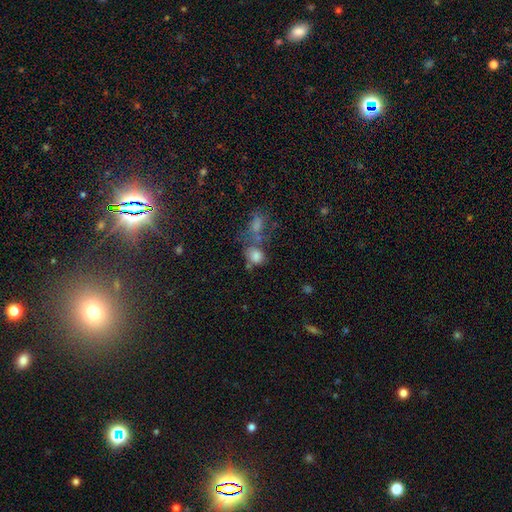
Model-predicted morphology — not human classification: Q: Smooth or featured?
A: smooth (77%); runner-up: star or artifact (12%)
Q: How rounded?
A: in between (55%); runner-up: round (44%)
Q: Merging?
A: merger (38%); runner-up: none (37%)